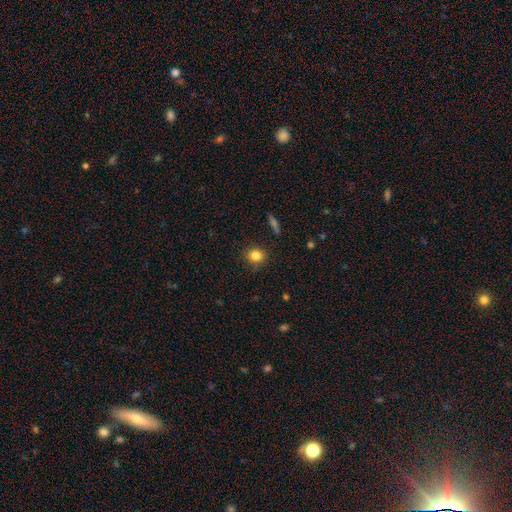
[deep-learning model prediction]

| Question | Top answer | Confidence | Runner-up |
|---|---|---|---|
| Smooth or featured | smooth | 82% | star or artifact (11%) |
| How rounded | round | 79% | in between (20%) |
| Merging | none | 85% | minor disturbance (11%) |